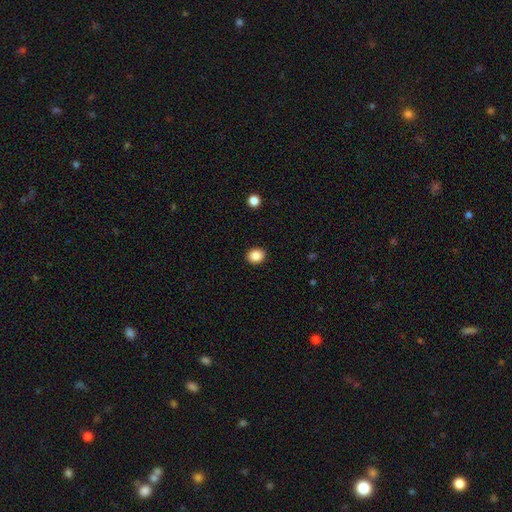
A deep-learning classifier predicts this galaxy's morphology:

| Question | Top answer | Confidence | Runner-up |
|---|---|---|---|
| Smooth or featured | smooth | 87% | star or artifact (9%) |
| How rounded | round | 60% | in between (39%) |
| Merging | none | 91% | minor disturbance (6%) |